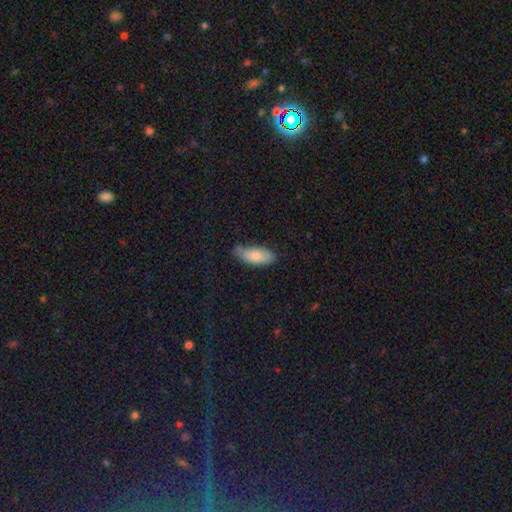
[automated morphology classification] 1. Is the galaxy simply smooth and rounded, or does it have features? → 81% smooth, 13% featured or disk, 6% star or artifact.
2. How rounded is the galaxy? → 84% in between, 14% cigar-shaped, 2% round.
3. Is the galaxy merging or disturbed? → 63% none, 30% minor disturbance, 5% major disturbance, 3% merger.